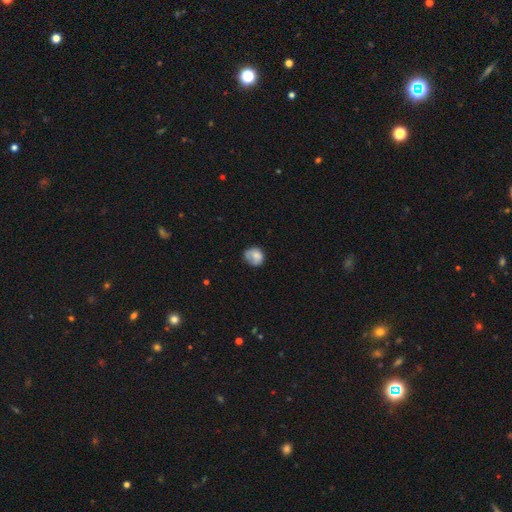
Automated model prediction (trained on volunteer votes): Q: Smooth or featured?
A: smooth (74%); runner-up: featured or disk (17%)
Q: How rounded?
A: round (73%); runner-up: in between (26%)
Q: Merging?
A: none (54%); runner-up: minor disturbance (30%)